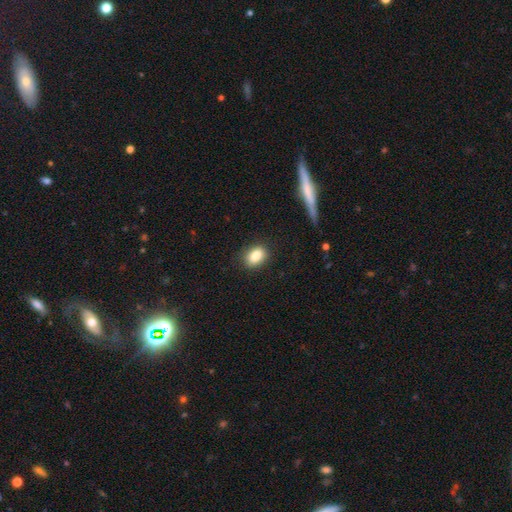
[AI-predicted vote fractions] A smooth galaxy with no disk features (86%) that is in between round and cigar-shaped (80%).

Vote fractions:
- Smooth or featured? smooth: 86% / star or artifact: 8% / featured or disk: 6%
- How rounded? in between: 80% / round: 18% / cigar-shaped: 2%
- Merging? none: 86% / minor disturbance: 10% / major disturbance: 3% / merger: 1%